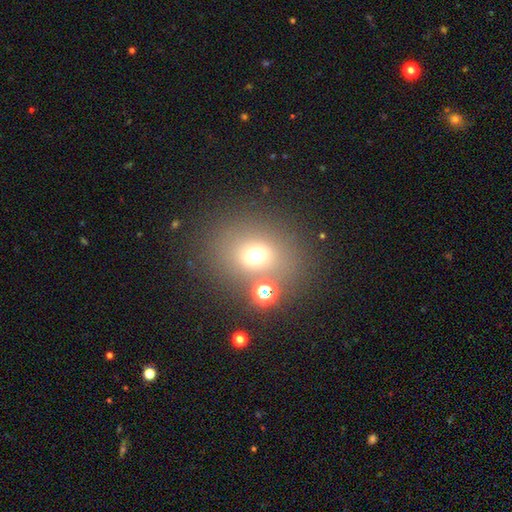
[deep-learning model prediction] A smooth galaxy with no disk features (66%) that is round (61%).

Vote fractions:
- Smooth or featured? smooth: 66% / star or artifact: 20% / featured or disk: 14%
- How rounded? round: 61% / in between: 38% / cigar-shaped: 1%
- Merging? none: 69% / merger: 13% / minor disturbance: 11% / major disturbance: 6%